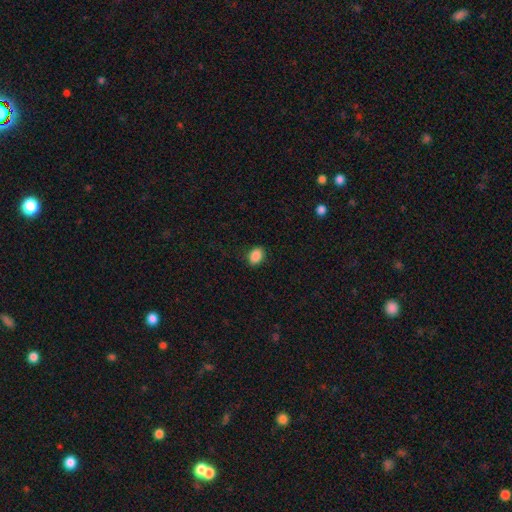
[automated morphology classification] type=smooth (88%); roundness=in between (78%); merging=none (88%).